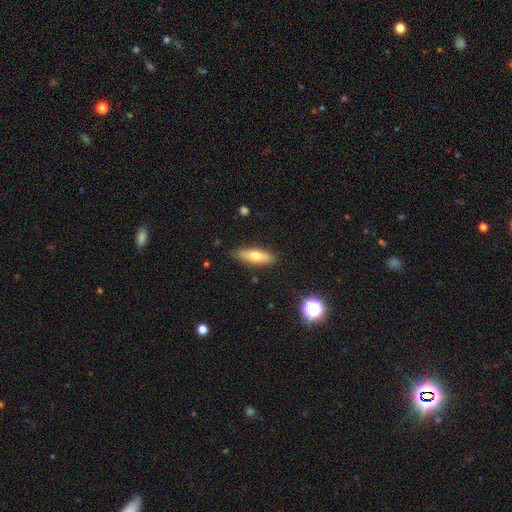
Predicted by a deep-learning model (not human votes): Overall: smooth (67%). How rounded: cigar-shaped (53%; in between 45%). Merging: none (84%).